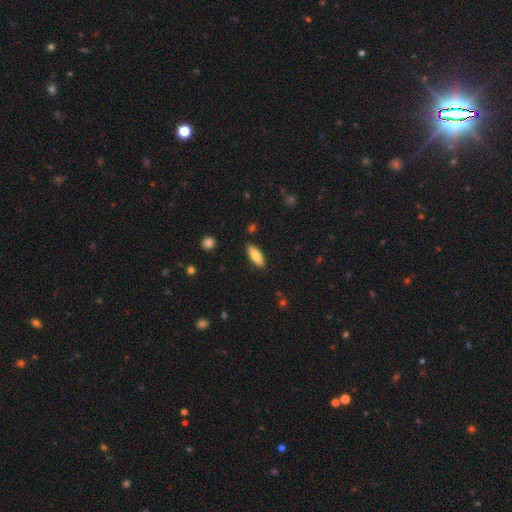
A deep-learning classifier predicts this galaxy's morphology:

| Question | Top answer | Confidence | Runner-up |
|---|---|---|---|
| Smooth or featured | smooth | 80% | featured or disk (14%) |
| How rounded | in between | 74% | cigar-shaped (24%) |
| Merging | none | 87% | minor disturbance (9%) |